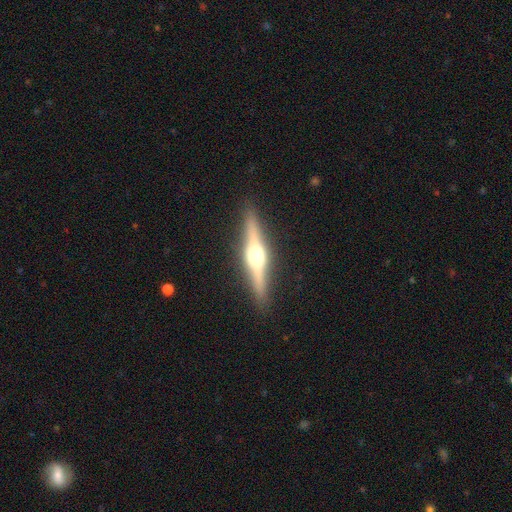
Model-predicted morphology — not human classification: featured or disk 75%, smooth 19%, star or artifact 6%. Down the decision tree: edge-on disk — yes (97%); edge-on bulge — rounded (94%); merging — none (90%).